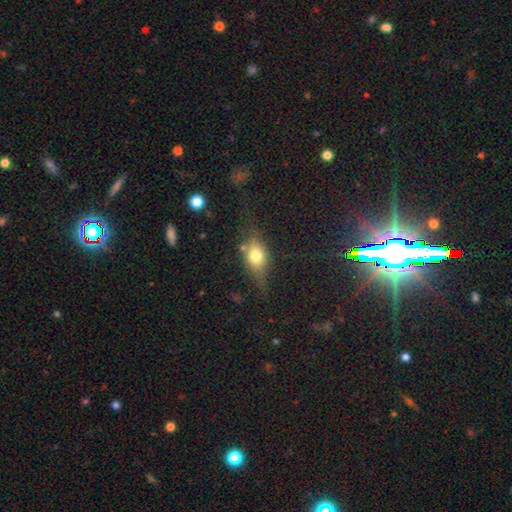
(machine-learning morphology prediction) smooth 59%, featured or disk 29%, star or artifact 12%. Down the decision tree: how rounded — in between (64%); merging — none (60%).